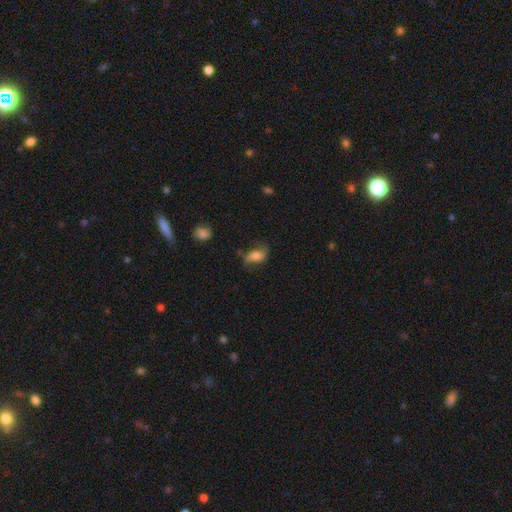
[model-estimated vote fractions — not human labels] Smooth or featured?
  - smooth: 48% *
  - featured or disk: 42%
  - star or artifact: 10%
Merging?
  - none: 54% *
  - minor disturbance: 27%
  - major disturbance: 16%
  - merger: 3%